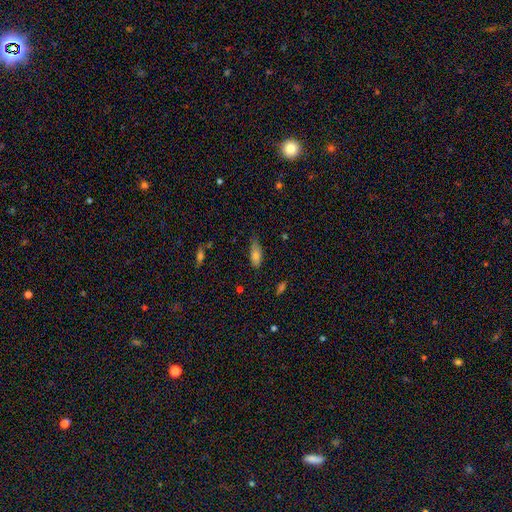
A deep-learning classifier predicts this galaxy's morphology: smooth-or-featured: smooth: 76% | featured or disk: 15% | star or artifact: 10%
  how-rounded: in between: 77% | cigar-shaped: 19% | round: 3%
  merging: none: 54% | minor disturbance: 35% | major disturbance: 8% | merger: 2%